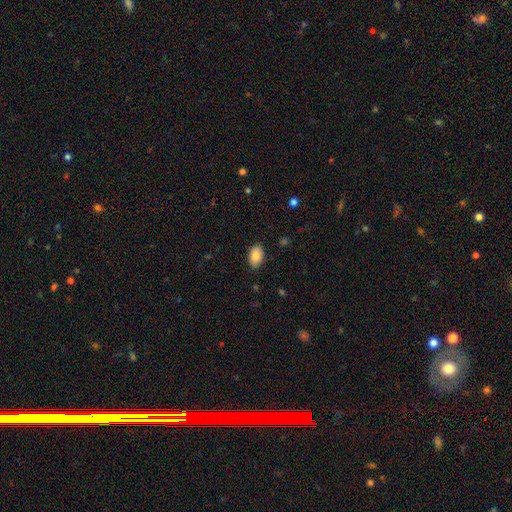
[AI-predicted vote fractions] A smooth galaxy with no disk features (85%) that is in between round and cigar-shaped (91%). Merging: none (87%).